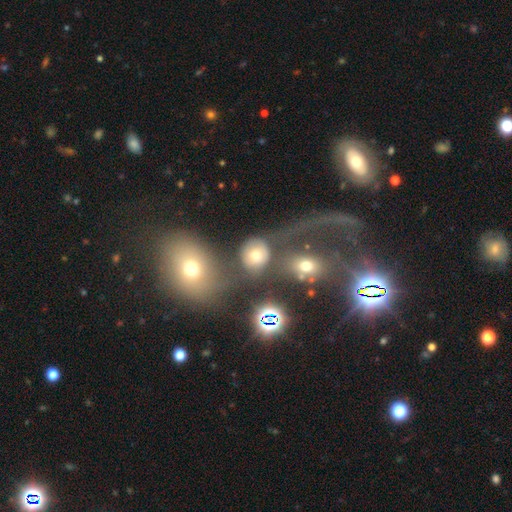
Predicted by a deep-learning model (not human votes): Smooth or featured? smooth (65%)
How rounded? round (72%)
Merging? none (47%)